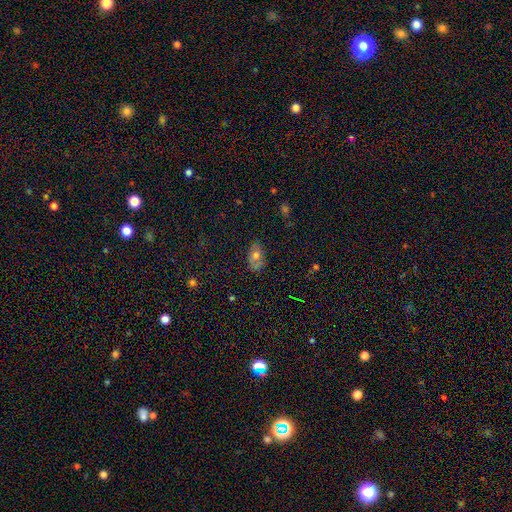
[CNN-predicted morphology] The model was most divided on "smooth or featured": smooth: 55%, featured or disk: 28%, star or artifact: 17%. More confident: how rounded — in between (84%); merging — none (67%).